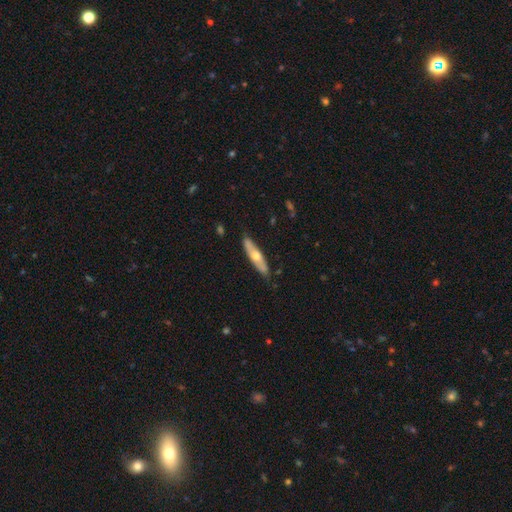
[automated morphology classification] Smooth or featured?
  - featured or disk: 49% *
  - smooth: 46%
  - star or artifact: 5%
Merging?
  - none: 83% *
  - minor disturbance: 13%
  - major disturbance: 2%
  - merger: 1%